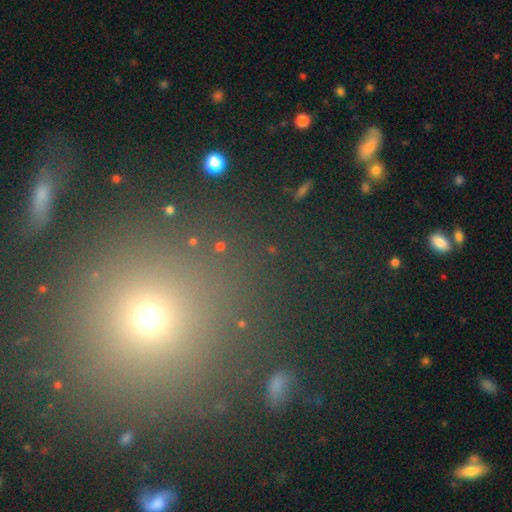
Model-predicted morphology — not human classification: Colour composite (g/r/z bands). It shows a smooth galaxy with no disk features (48%). Merging: none (85%).